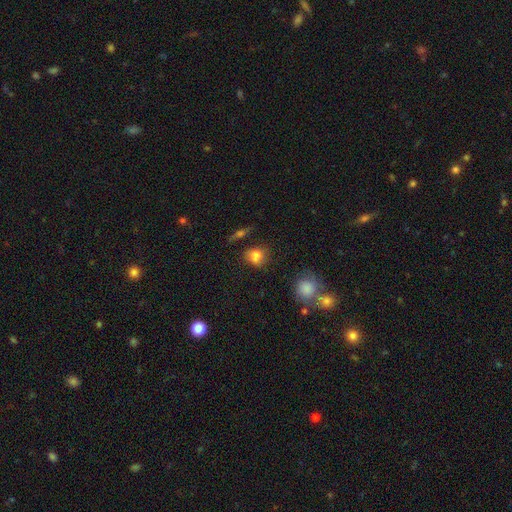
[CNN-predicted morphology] smooth_or_featured: smooth (p=0.77) [alt: star or artifact p=0.12]
how_rounded: round (p=0.61) [alt: in between p=0.37]
merging: none (p=0.60) [alt: minor disturbance p=0.23]